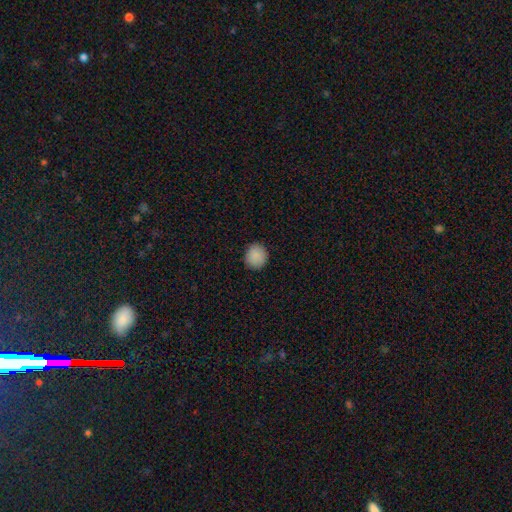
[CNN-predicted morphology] smooth-or-featured: smooth: 89% | star or artifact: 8% | featured or disk: 3%
  how-rounded: round: 84% | in between: 15% | cigar-shaped: 1%
  merging: none: 89% | minor disturbance: 8% | major disturbance: 2% | merger: 1%